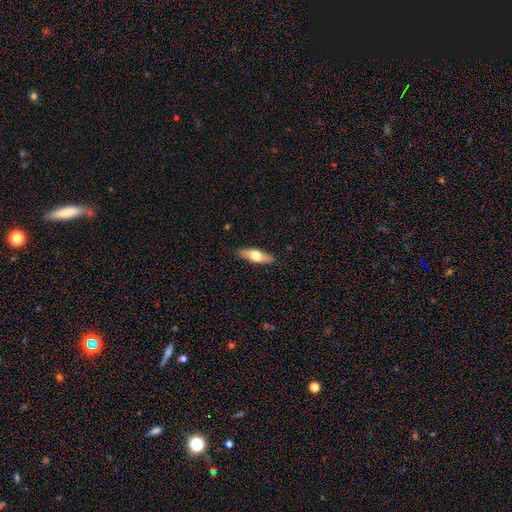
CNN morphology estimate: The model was most divided on "how rounded": in between: 60%, cigar-shaped: 38%, round: 3%. More confident: merging — none (87%); smooth or featured — smooth (62%).